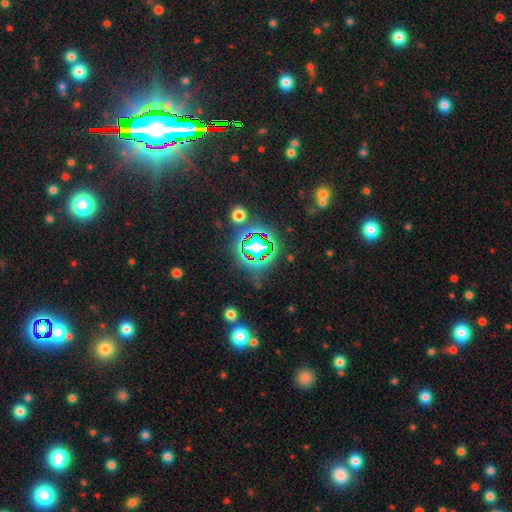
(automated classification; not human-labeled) This is clearly a star or artifact rather than a galaxy (82%).